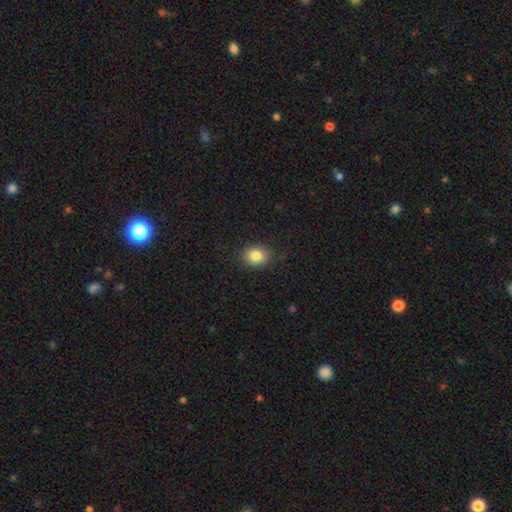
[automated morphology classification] smooth_or_featured: smooth (p=0.84) [alt: star or artifact p=0.09]
how_rounded: in between (p=0.50) [tied with: round p=0.50]
merging: none (p=0.87) [alt: minor disturbance p=0.10]